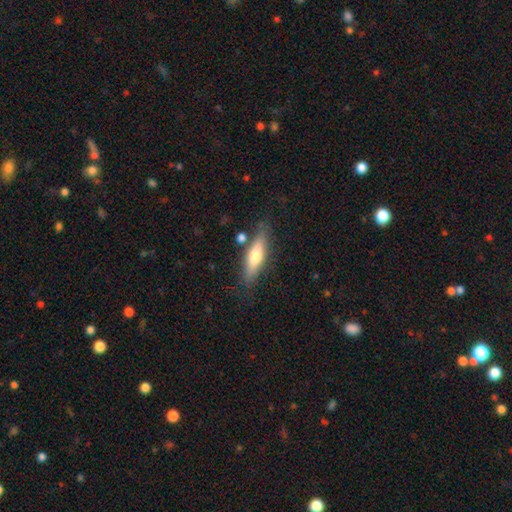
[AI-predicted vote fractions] Smooth or featured: smooth — 57% (featured or disk — 37%)
How rounded: cigar-shaped — 64% (in between — 34%)
Merging: none — 77% (minor disturbance — 14%)